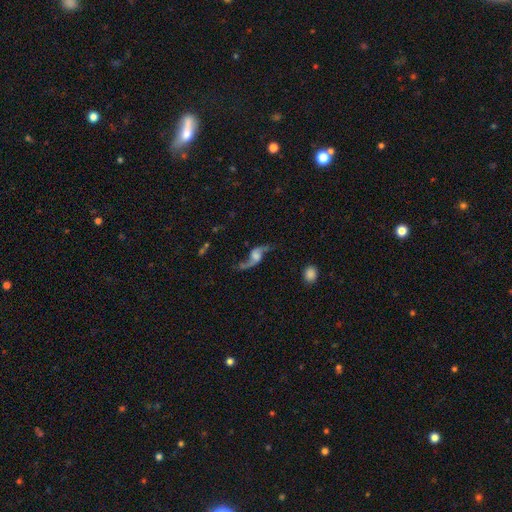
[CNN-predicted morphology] This is clearly a featured or disk galaxy (84%). It is clearly not viewed edge-on (93%). Bar: possibly no (54%). Spiral arm pattern: clearly yes (95%). Spiral arm count: clearly 2 (92%). Spiral winding: clearly loose (91%). Central bulge: marginally moderate (26%). Merging: likely none (66%).